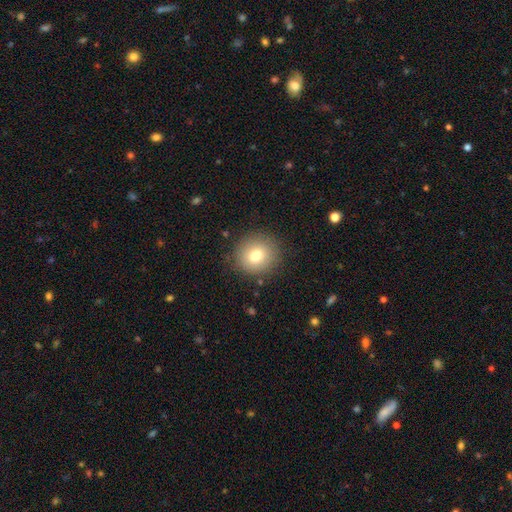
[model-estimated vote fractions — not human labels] Smooth or featured: smooth — 77% (featured or disk — 12%)
How rounded: round — 88% (in between — 11%)
Merging: none — 87% (minor disturbance — 9%)